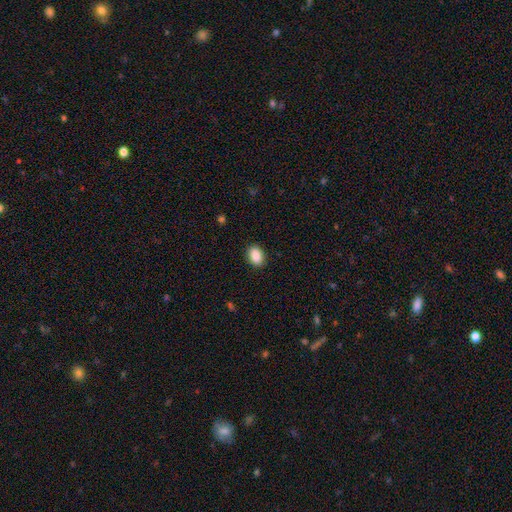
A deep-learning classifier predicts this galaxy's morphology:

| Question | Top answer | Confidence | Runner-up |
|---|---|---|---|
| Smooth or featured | smooth | 89% | star or artifact (7%) |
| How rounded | in between | 85% | round (13%) |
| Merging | none | 89% | minor disturbance (8%) |